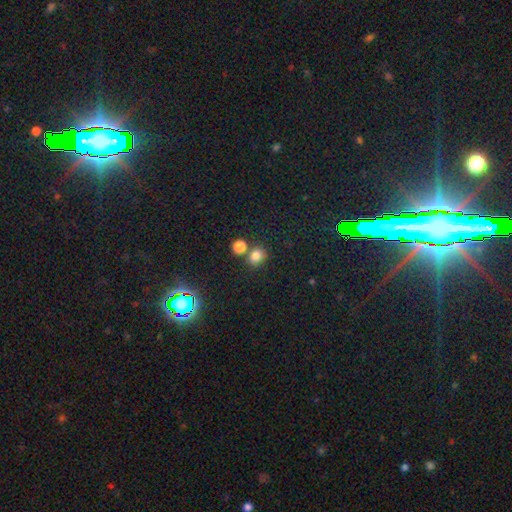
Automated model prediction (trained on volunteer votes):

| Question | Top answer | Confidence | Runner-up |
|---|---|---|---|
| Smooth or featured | smooth | 79% | star or artifact (15%) |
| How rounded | round | 67% | in between (32%) |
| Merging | none | 63% | merger (25%) |